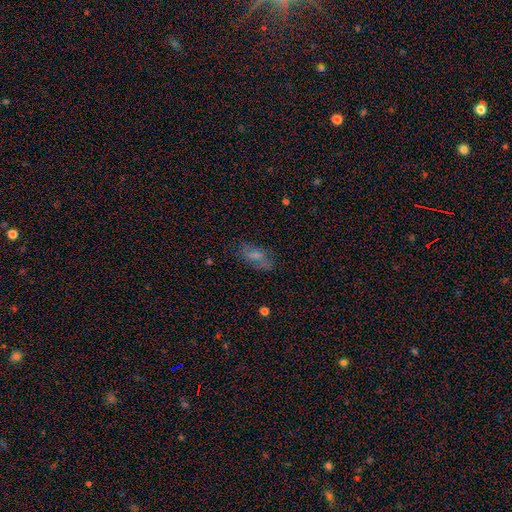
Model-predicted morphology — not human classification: Smooth or featured? Predicted: smooth (p=0.63). How rounded? Predicted: in between (p=0.83). Merging? Predicted: none (p=0.67).